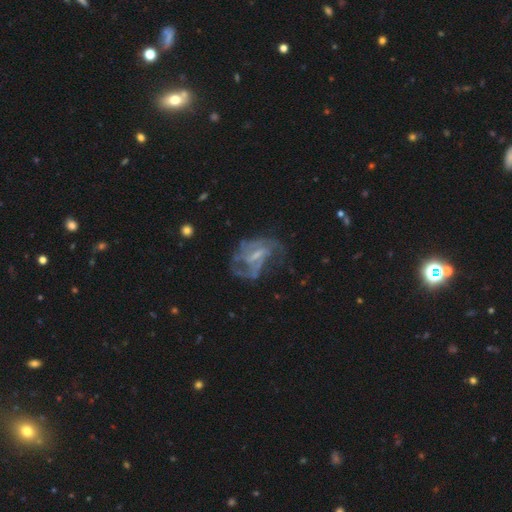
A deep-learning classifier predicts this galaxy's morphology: A featured or disk galaxy (80%) with a weak bar (51%), 2 (33%, tied with can't tell) medium (45%) spiral arms (81%) and a small central bulge (47%). Merging: none (43%).